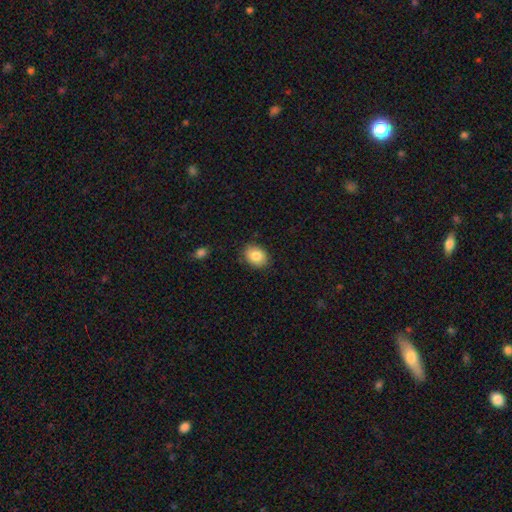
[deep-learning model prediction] smooth-or-featured: smooth: 85% | star or artifact: 8% | featured or disk: 7%
  how-rounded: in between: 61% | round: 38% | cigar-shaped: 1%
  merging: none: 85% | minor disturbance: 11% | major disturbance: 2% | merger: 1%